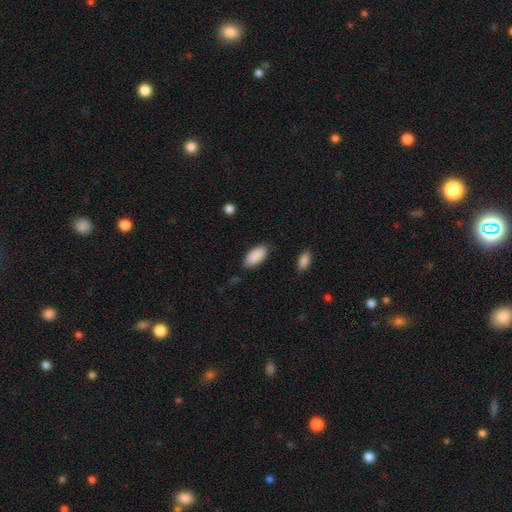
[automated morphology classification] type=smooth (90%); roundness=in between (91%); merging=none (81%).